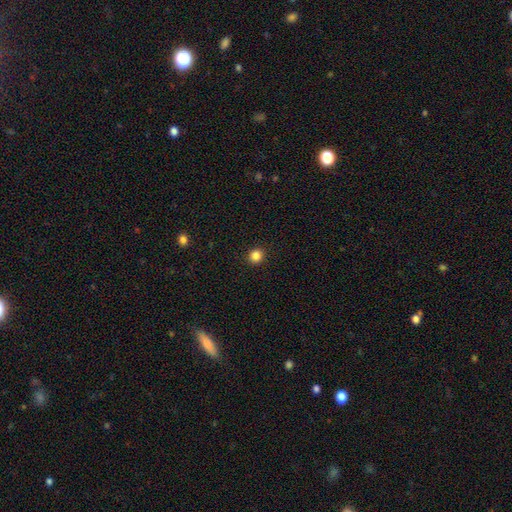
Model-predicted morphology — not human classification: smooth 85%, star or artifact 11%, featured or disk 3%. Down the decision tree: how rounded — round (91%); merging — none (93%).